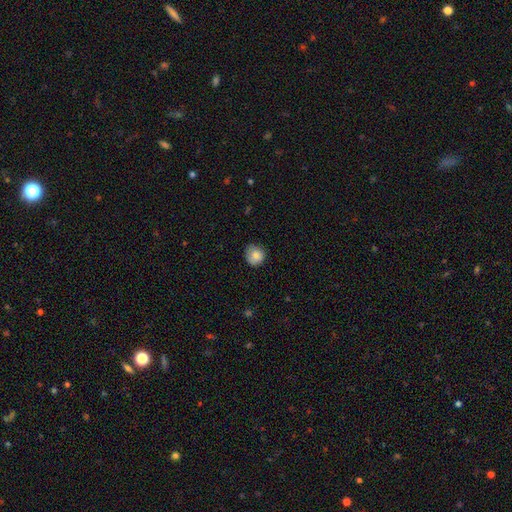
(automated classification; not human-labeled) This appears to be a smooth galaxy with no disk features (82%) that is round (87%). Merging: none (75%).